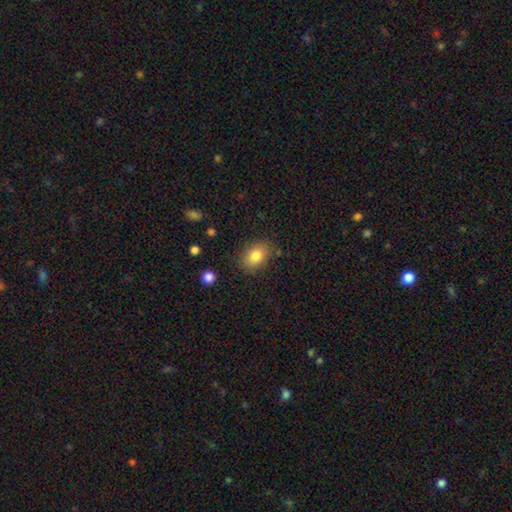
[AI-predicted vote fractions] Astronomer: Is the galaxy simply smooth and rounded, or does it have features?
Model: smooth — 81%.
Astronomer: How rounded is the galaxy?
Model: in between — 74%.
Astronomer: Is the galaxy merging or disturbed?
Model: none — 84%.